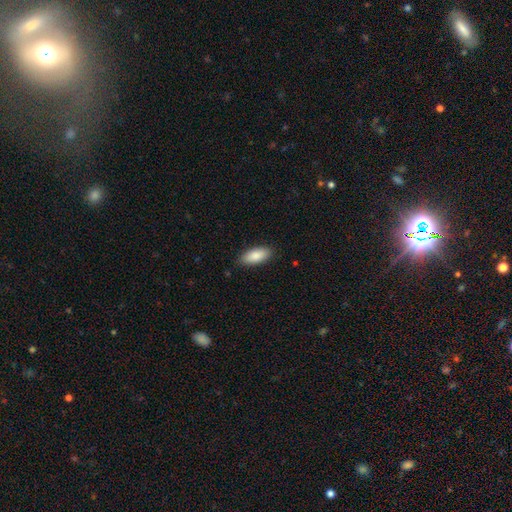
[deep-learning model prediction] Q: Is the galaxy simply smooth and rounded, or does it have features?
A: smooth — 87%.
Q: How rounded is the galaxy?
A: in between — 86%.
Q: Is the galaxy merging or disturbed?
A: none — 86%.